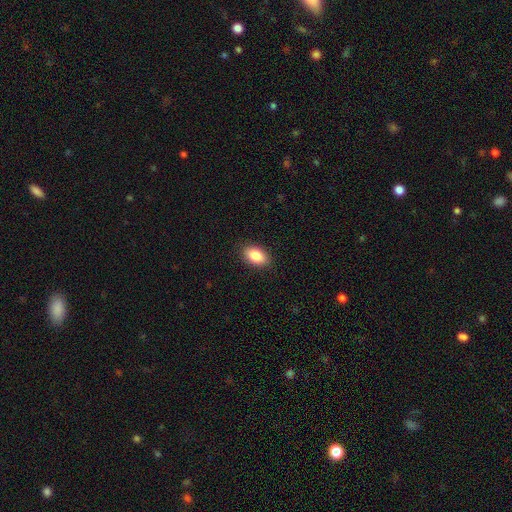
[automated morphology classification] This appears to be a smooth galaxy with no disk features (86%) that is in between round and cigar-shaped (91%). Merging: none (89%).